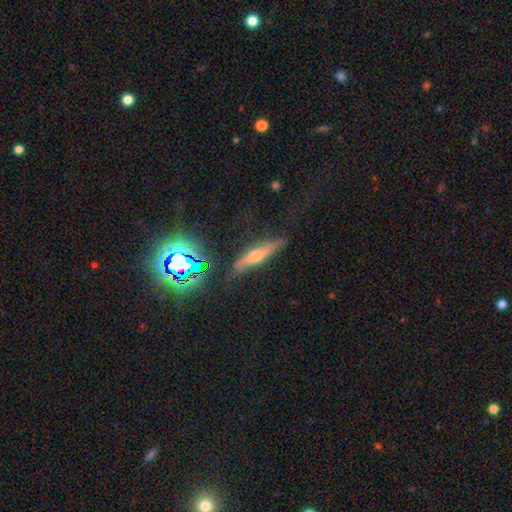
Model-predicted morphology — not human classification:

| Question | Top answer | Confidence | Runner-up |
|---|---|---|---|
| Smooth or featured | featured or disk | 42% | smooth (40%) |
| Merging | none | 74% | minor disturbance (17%) |